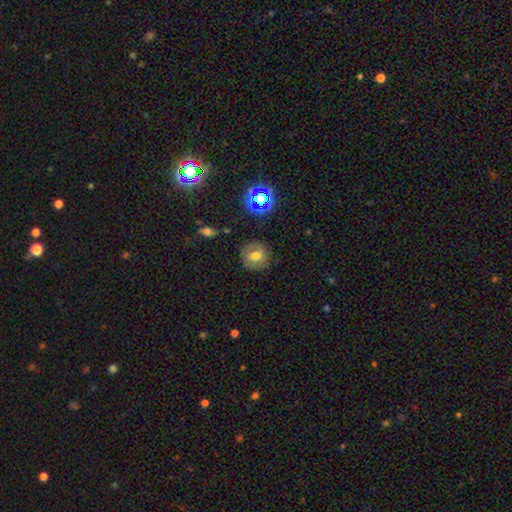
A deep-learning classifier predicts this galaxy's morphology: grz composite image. It shows a smooth galaxy with no disk features (56%) that is round (87%). Merging: none (81%).